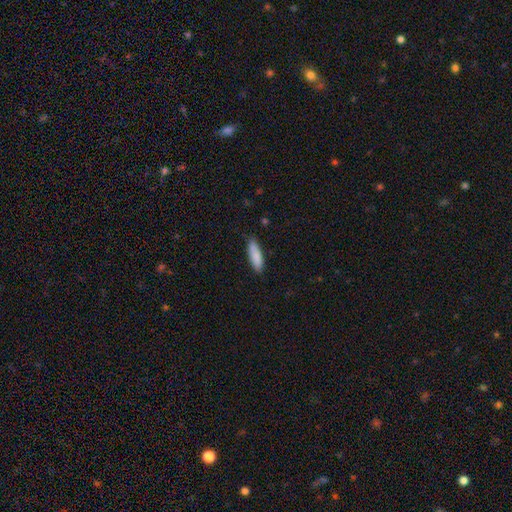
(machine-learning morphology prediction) Smooth or featured?
  - smooth: 88% *
  - featured or disk: 7%
  - star or artifact: 6%
How rounded?
  - in between: 52% *
  - cigar-shaped: 47%
  - round: 1%
Merging?
  - none: 83% *
  - minor disturbance: 14%
  - major disturbance: 2%
  - merger: 1%